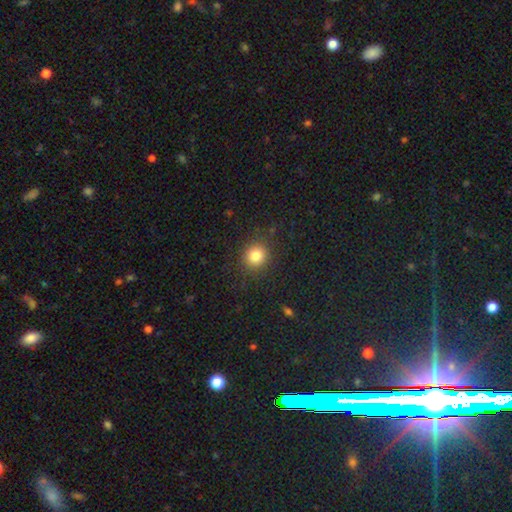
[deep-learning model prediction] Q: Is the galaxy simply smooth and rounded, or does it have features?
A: smooth — 81%.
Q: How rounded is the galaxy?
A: round — 85%.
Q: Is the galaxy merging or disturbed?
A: none — 87%.